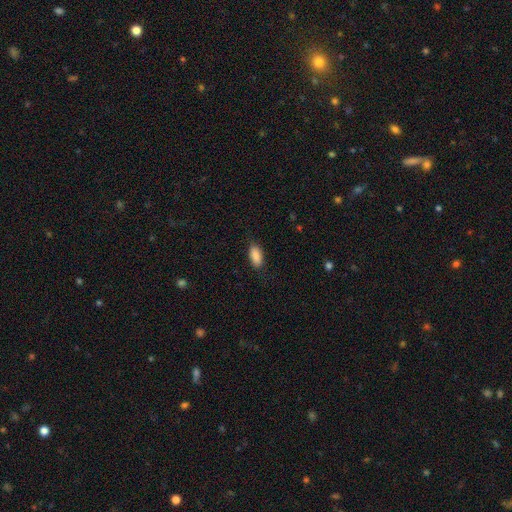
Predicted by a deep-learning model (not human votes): A smooth galaxy with no disk features (89%) that is in between round and cigar-shaped (88%). Merging: none (84%).